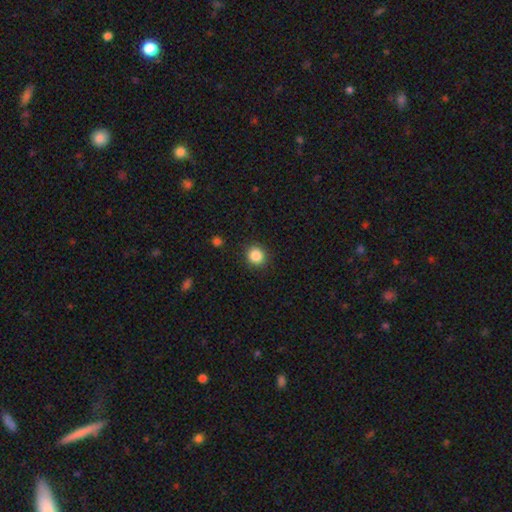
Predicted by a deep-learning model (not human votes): A smooth galaxy with no disk features (86%) that is round (88%). Merging: none (89%).